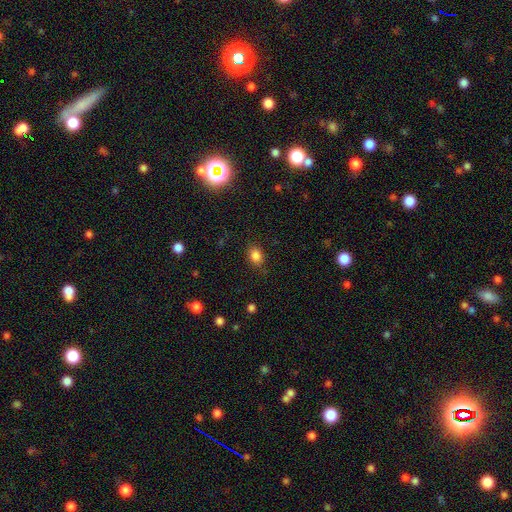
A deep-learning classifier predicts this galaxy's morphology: Smooth or featured: smooth — 83% (star or artifact — 11%)
How rounded: in between — 57% (round — 41%)
Merging: none — 81% (minor disturbance — 13%)